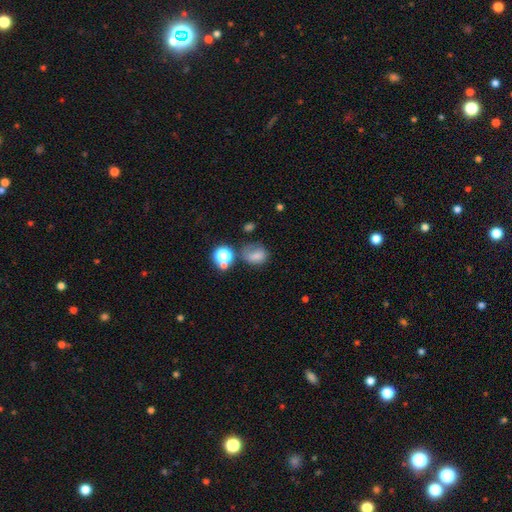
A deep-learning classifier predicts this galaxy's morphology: type=smooth (68%); roundness=round (52%); merging=none (48%).